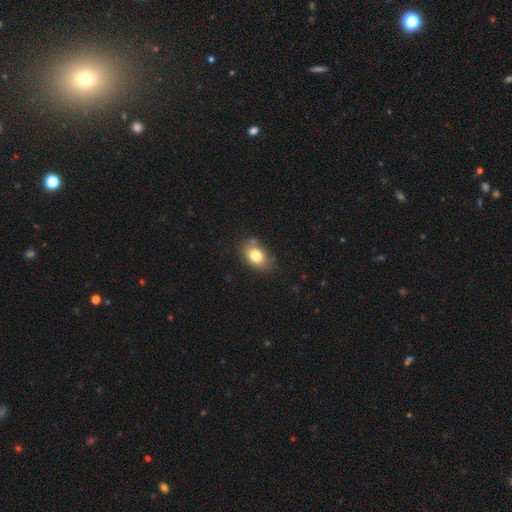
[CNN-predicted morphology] A smooth galaxy with no disk features (79%) that is in between round and cigar-shaped (77%).

Vote fractions:
- Smooth or featured? smooth: 79% / featured or disk: 12% / star or artifact: 9%
- How rounded? in between: 77% / round: 21% / cigar-shaped: 1%
- Merging? none: 71% / minor disturbance: 18% / merger: 7% / major disturbance: 4%